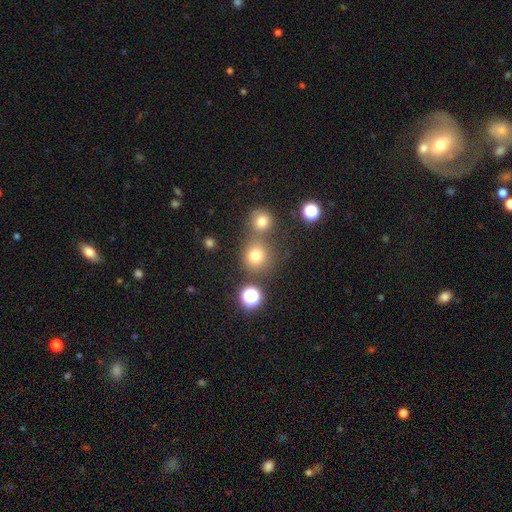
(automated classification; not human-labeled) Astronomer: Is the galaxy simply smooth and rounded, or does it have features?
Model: smooth — 74%.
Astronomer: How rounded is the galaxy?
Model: round — 90%.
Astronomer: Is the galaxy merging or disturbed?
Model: none — 62%.